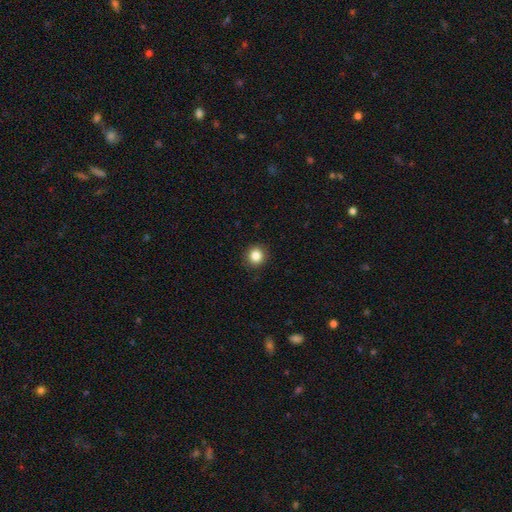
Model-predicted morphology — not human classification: Q: Smooth or featured?
A: smooth (85%); runner-up: star or artifact (10%)
Q: How rounded?
A: round (90%); runner-up: in between (9%)
Q: Merging?
A: none (91%); runner-up: minor disturbance (7%)